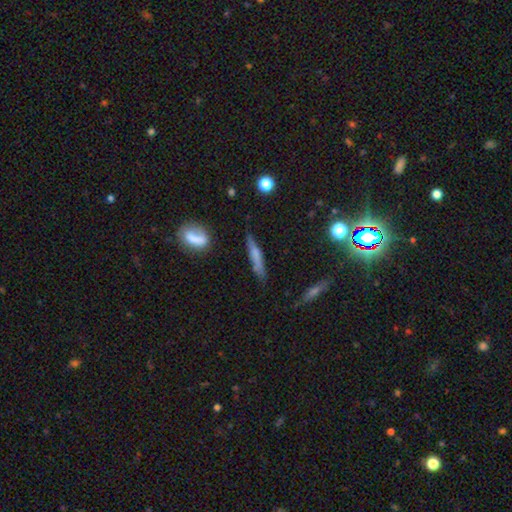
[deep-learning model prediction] Morphology: type=smooth (54%); roundness=cigar-shaped (88%); merging=none (77%).